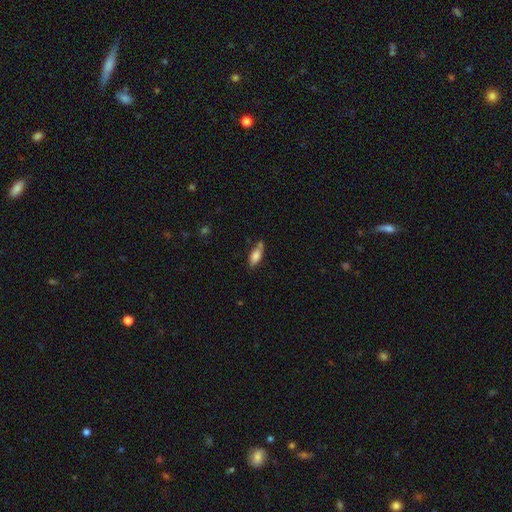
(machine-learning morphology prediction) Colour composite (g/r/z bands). It shows a smooth galaxy with no disk features (79%) that is in between round and cigar-shaped (73%). Merging: none (60%).